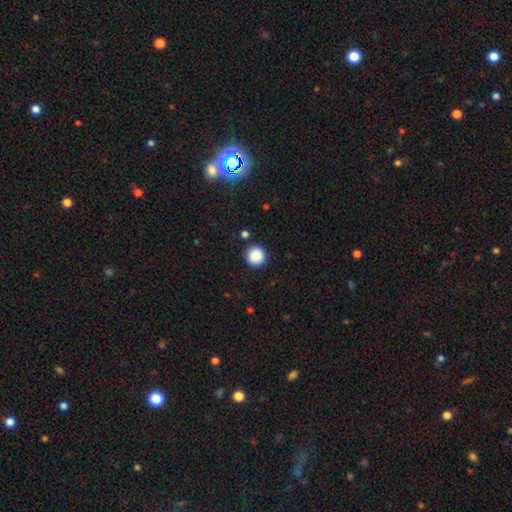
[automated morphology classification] Smooth or featured?
  - smooth: 88% *
  - star or artifact: 9%
  - featured or disk: 3%
How rounded?
  - round: 95% *
  - in between: 4%
  - cigar-shaped: 1%
Merging?
  - none: 90% *
  - minor disturbance: 6%
  - merger: 2%
  - major disturbance: 2%